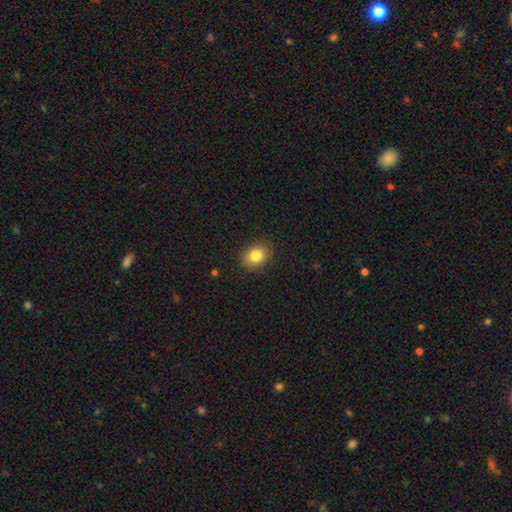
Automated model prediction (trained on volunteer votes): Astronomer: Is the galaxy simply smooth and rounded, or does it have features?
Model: smooth — 84%.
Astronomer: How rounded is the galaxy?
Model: round — 50% (runner-up: in between, 49%).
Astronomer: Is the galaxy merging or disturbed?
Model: none — 88%.